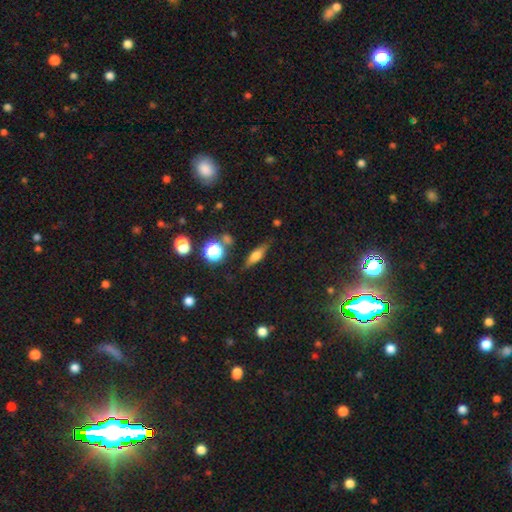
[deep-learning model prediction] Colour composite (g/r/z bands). It shows a smooth galaxy with no disk features (53%) that is cigar-shaped (51%). Merging: none (80%).